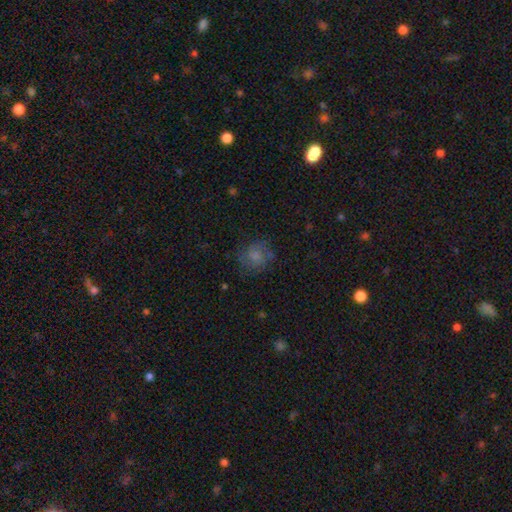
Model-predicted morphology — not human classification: smooth-or-featured: smooth: 58% | featured or disk: 30% | star or artifact: 12%
  how-rounded: round: 79% | in between: 20% | cigar-shaped: 1%
  merging: none: 68% | minor disturbance: 19% | major disturbance: 11% | merger: 1%